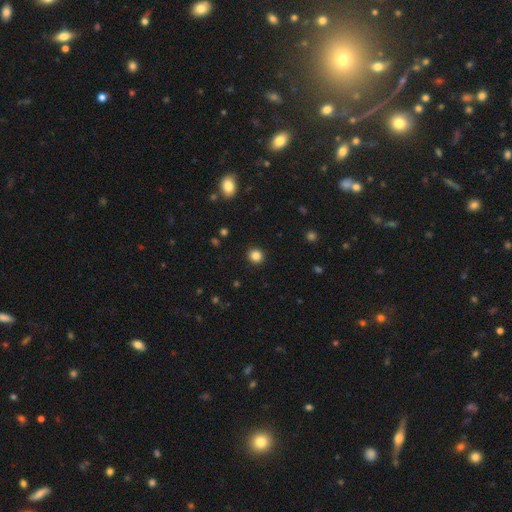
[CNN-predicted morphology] Overall: smooth (85%). How rounded: round (90%). Merging: none (91%).